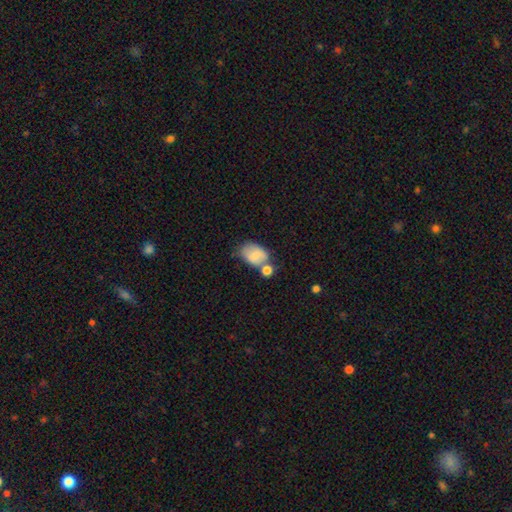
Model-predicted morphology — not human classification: Smooth or featured? smooth (74%)
How rounded? in between (81%)
Merging? none (35%)